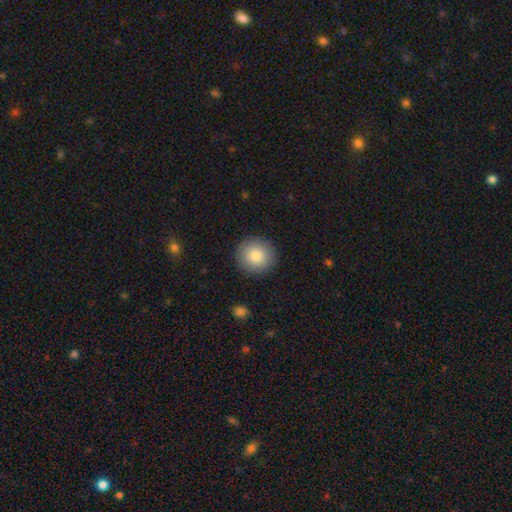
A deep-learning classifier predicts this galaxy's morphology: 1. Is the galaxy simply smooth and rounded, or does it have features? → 84% smooth, 8% star or artifact, 8% featured or disk.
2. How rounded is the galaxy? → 94% round, 5% in between, 1% cigar-shaped.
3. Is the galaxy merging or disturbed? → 91% none, 6% minor disturbance, 2% major disturbance, 1% merger.